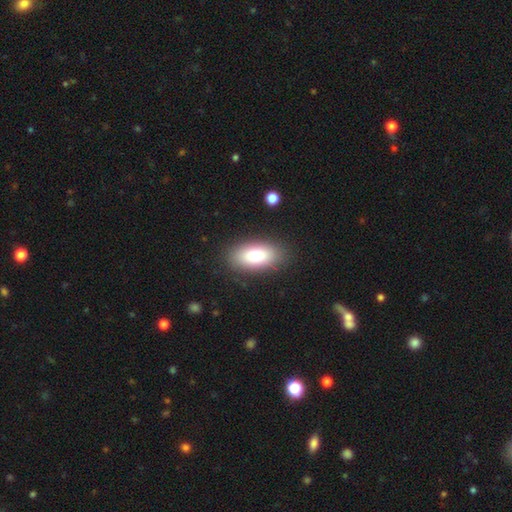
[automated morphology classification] This appears to be a smooth galaxy with no disk features (77%) that is in between round and cigar-shaped (90%). Merging: none (86%).